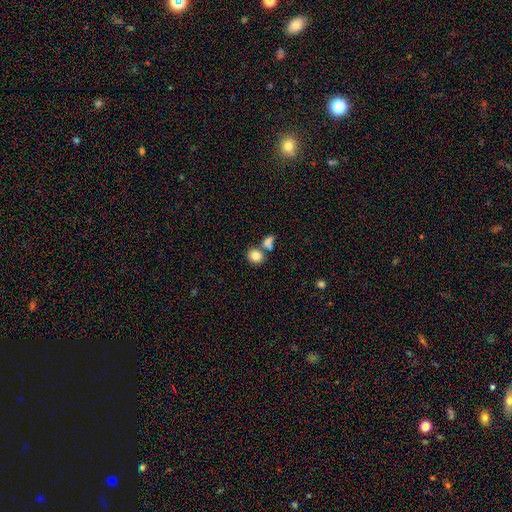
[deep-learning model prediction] smooth-or-featured: smooth: 84% | star or artifact: 9% | featured or disk: 7%
  how-rounded: round: 70% | in between: 29% | cigar-shaped: 1%
  merging: none: 59% | merger: 28% | minor disturbance: 10% | major disturbance: 4%